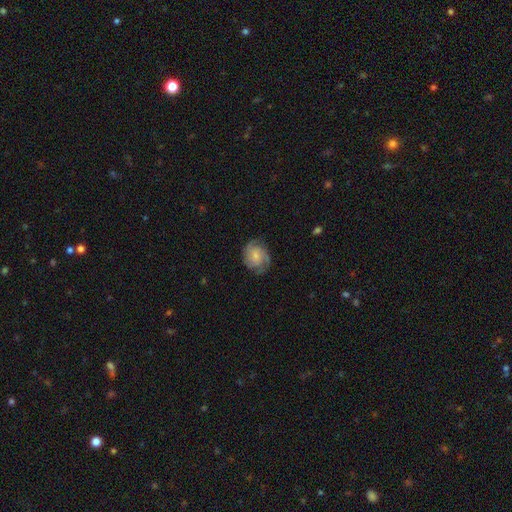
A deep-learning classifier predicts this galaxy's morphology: The model was most divided on "spiral winding": medium: 44%, tight: 42%, loose: 14%. Remaining: edge-on disk — no (98%); spiral arms — yes (93%); merging — none (70%); smooth or featured — featured or disk (68%); bar — no (68%); bulge size — small (60%); spiral arm count — 2 (37%).